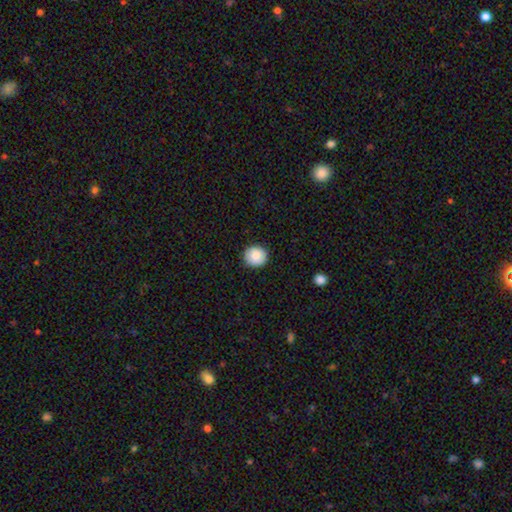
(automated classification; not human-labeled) This is clearly a smooth galaxy (86%). How rounded: clearly round (88%). Merging: clearly none (89%).